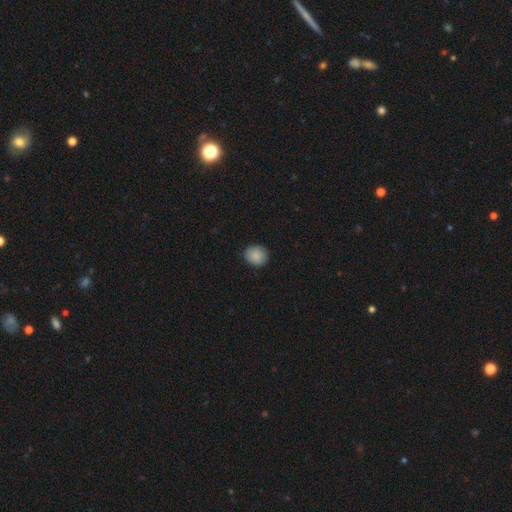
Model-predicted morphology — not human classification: The model was most divided on "how rounded": round: 77%, in between: 22%, cigar-shaped: 1%. More confident: smooth or featured — smooth (88%); merging — none (88%).